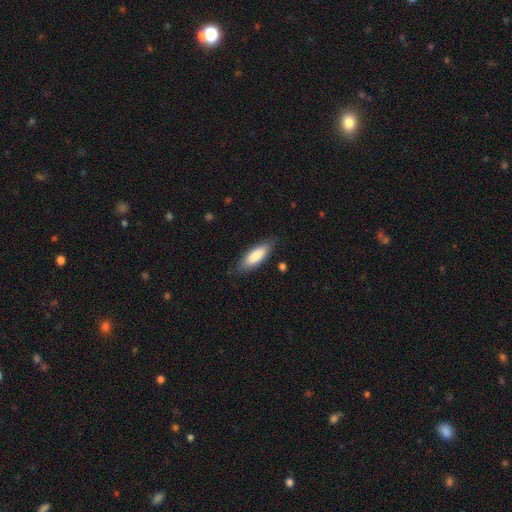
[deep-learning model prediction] This appears to be a smooth galaxy with no disk features (83%) that is in between round and cigar-shaped (63%). Merging: none (81%).